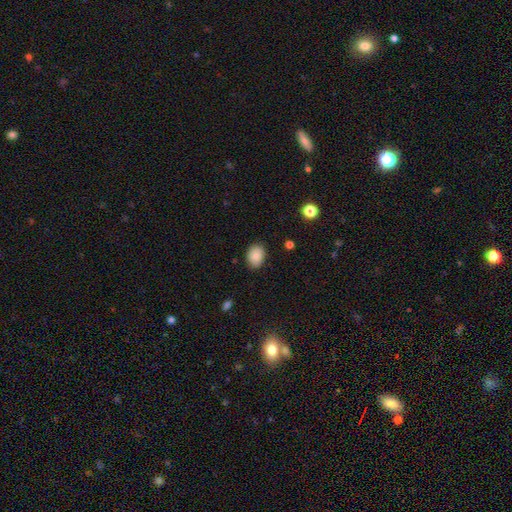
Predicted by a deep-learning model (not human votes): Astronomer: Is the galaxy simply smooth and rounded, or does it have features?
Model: smooth — 88%.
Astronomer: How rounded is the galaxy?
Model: in between — 74%.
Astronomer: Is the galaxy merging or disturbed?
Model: none — 85%.